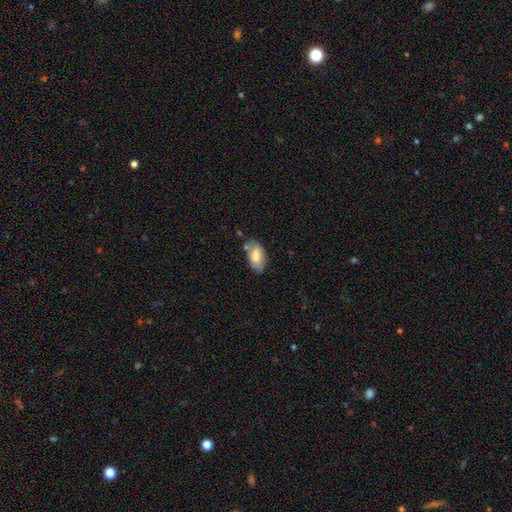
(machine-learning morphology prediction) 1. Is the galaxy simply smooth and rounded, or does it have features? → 73% smooth, 20% featured or disk, 7% star or artifact.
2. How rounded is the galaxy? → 93% in between, 3% cigar-shaped, 3% round.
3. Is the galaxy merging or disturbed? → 66% none, 22% minor disturbance, 7% merger, 5% major disturbance.